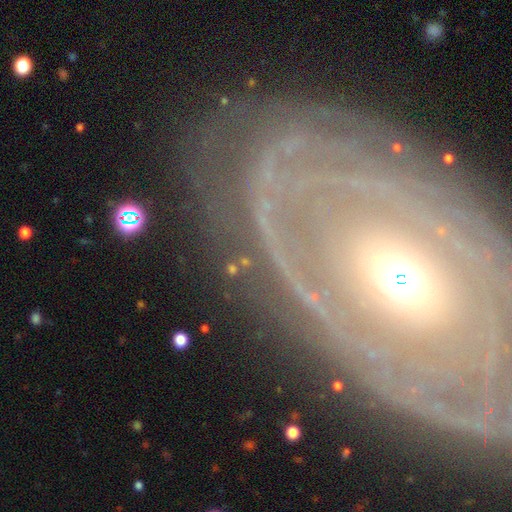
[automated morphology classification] Smooth or featured? Predicted: featured or disk (p=0.78). Edge-on disk? Predicted: no (p=0.90). Bar? Predicted: no (p=0.66). Spiral arms? Predicted: yes (p=0.69). Bulge size? Predicted: moderate (p=0.60). Merging? Predicted: none (p=0.76).